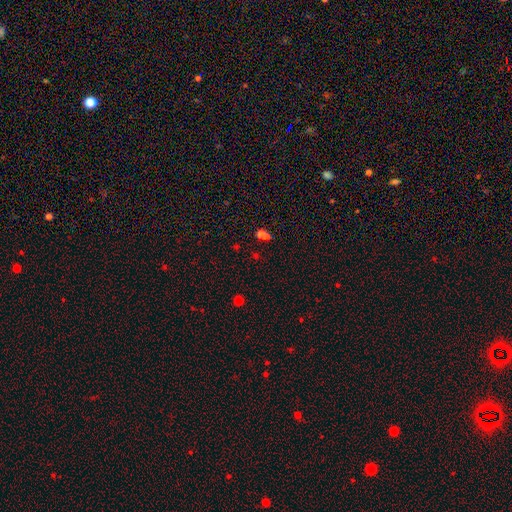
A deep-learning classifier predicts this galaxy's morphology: The model was most divided on "smooth or featured": smooth: 49%, star or artifact: 41%, featured or disk: 10%. More confident: merging — none (59%).